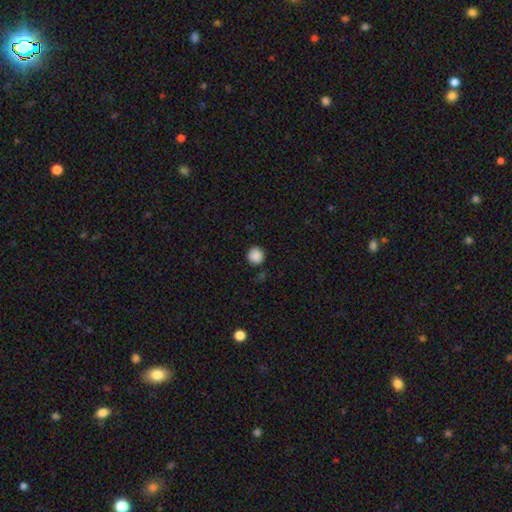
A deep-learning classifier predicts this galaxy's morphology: Smooth or featured?
  - smooth: 88% *
  - star or artifact: 10%
  - featured or disk: 3%
How rounded?
  - round: 94% *
  - in between: 5%
  - cigar-shaped: 1%
Merging?
  - none: 87% *
  - minor disturbance: 8%
  - major disturbance: 2%
  - merger: 2%